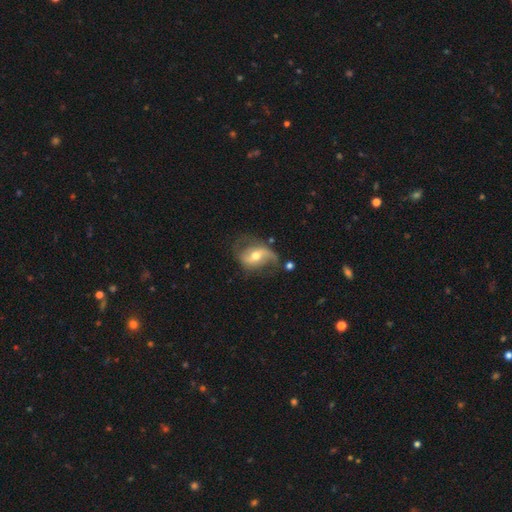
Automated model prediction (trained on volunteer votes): Smooth or featured? featured or disk (78%)
Edge-on disk? no (96%)
Bar? weak (41%)
Spiral arms? yes (90%)
Spiral winding? loose (69%)
Spiral arm count? 2 (76%)
Bulge size? moderate (66%)
Merging? none (53%)